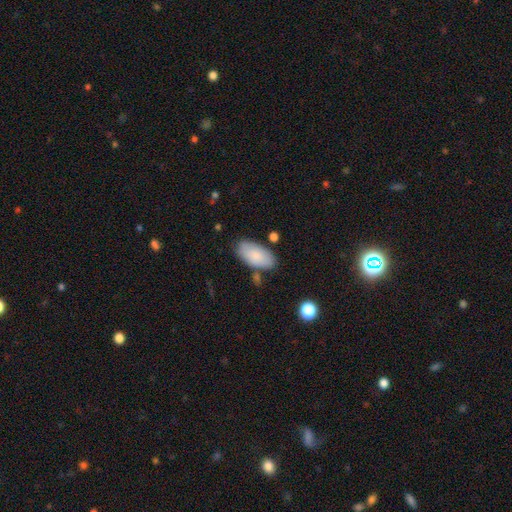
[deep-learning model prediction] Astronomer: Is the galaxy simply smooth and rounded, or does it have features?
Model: smooth — 84%.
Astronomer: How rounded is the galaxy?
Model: in between — 95%.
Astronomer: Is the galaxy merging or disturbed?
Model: none — 74%.